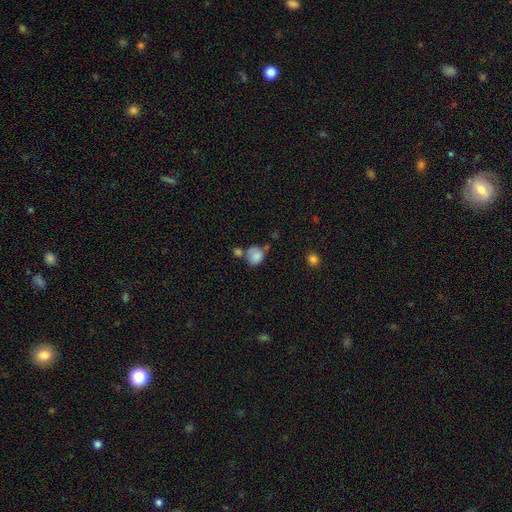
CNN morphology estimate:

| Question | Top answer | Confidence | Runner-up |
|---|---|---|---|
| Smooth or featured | smooth | 80% | featured or disk (12%) |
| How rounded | round | 69% | in between (30%) |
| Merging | none | 38% | merger (32%) |